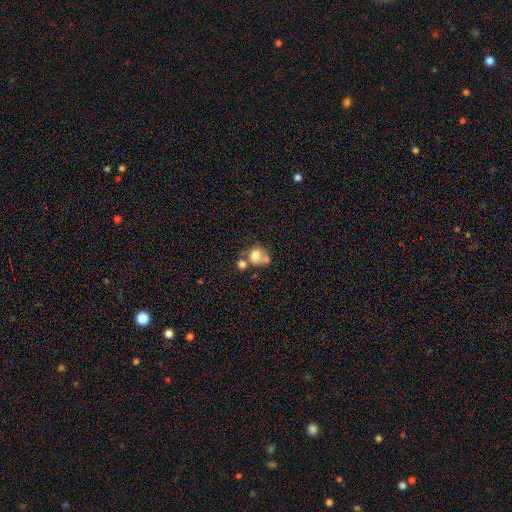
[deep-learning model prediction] A smooth galaxy with no disk features (70%) that is round (68%).

Vote fractions:
- Smooth or featured? smooth: 70% / featured or disk: 20% / star or artifact: 10%
- How rounded? round: 68% / in between: 32% / cigar-shaped: 1%
- Merging? merger: 47% / none: 32% / minor disturbance: 13% / major disturbance: 9%